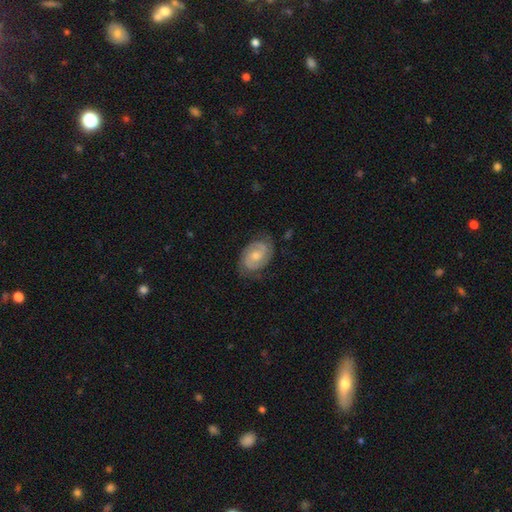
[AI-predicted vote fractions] The model was most divided on "spiral winding": tight: 48%, medium: 42%, loose: 11%. More confident: edge-on disk — no (97%); spiral arms — yes (95%); spiral arm count — 2 (88%); smooth or featured — featured or disk (79%); merging — none (78%); bar — no (55%); bulge size — moderate (54%).